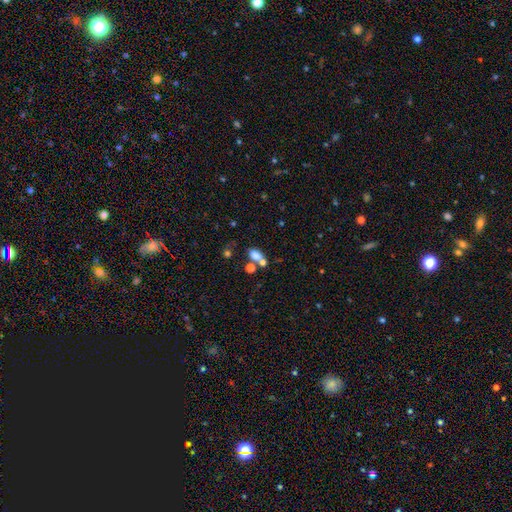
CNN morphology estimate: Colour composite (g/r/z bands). It shows a smooth galaxy with no disk features (73%) that is in between round and cigar-shaped (78%). Merging: merger (42%).